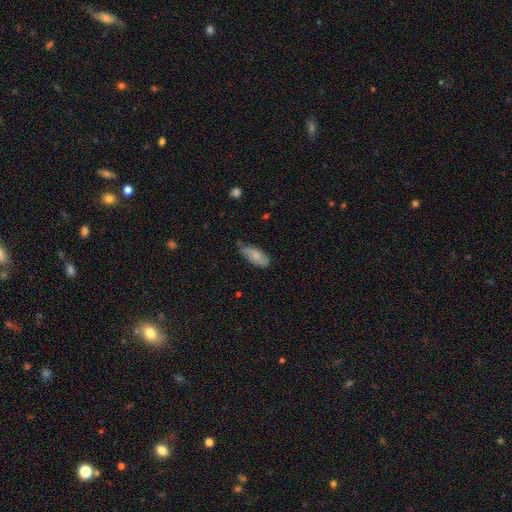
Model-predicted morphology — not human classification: A smooth galaxy with no disk features (77%) that is in between round and cigar-shaped (84%).

Vote fractions:
- Smooth or featured? smooth: 77% / featured or disk: 17% / star or artifact: 6%
- How rounded? in between: 84% / cigar-shaped: 14% / round: 2%
- Merging? none: 60% / minor disturbance: 33% / major disturbance: 5% / merger: 2%